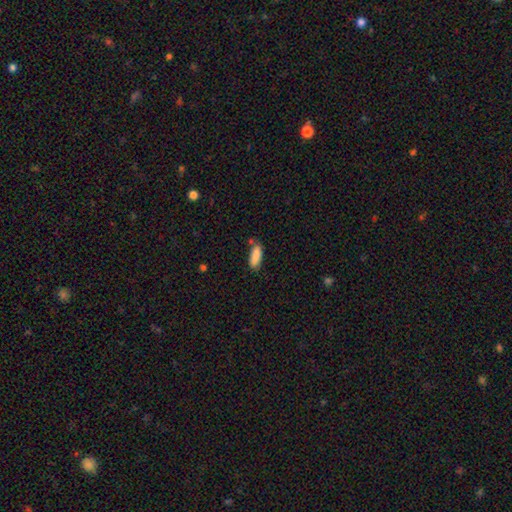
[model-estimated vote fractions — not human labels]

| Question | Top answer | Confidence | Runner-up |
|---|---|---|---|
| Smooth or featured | smooth | 88% | star or artifact (7%) |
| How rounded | in between | 63% | cigar-shaped (35%) |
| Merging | none | 69% | minor disturbance (20%) |